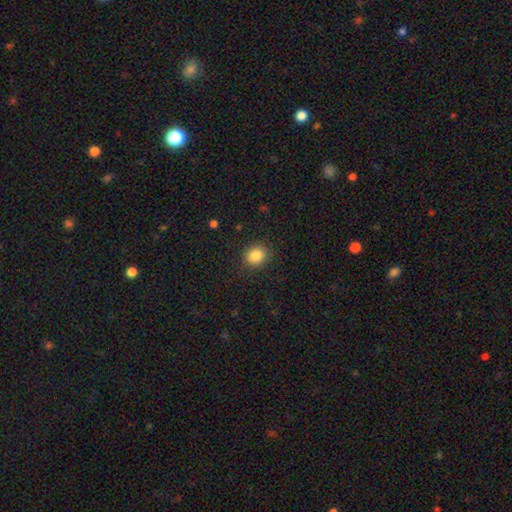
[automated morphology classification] type=smooth (85%); roundness=round (71%); merging=none (87%).